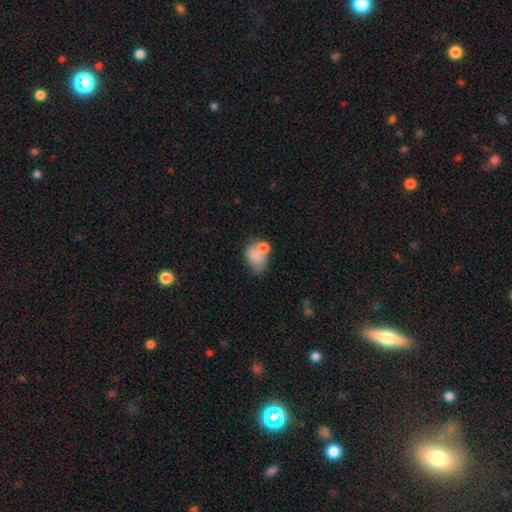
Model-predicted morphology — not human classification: Smooth or featured? Predicted: smooth (p=0.73). How rounded? Predicted: in between (p=0.74). Merging? Predicted: merger (p=0.38).